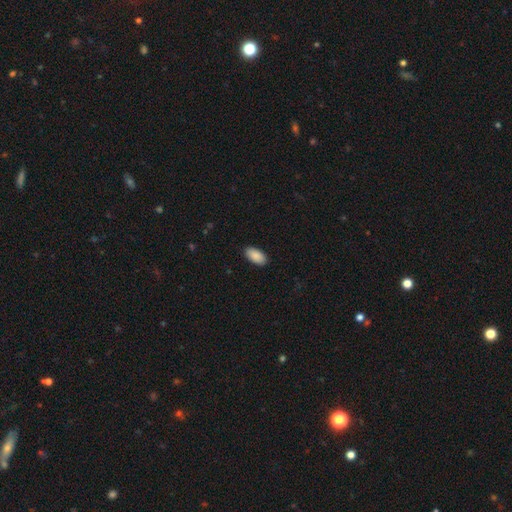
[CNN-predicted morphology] Smooth or featured? Predicted: smooth (p=0.90). How rounded? Predicted: in between (p=0.95). Merging? Predicted: none (p=0.89).